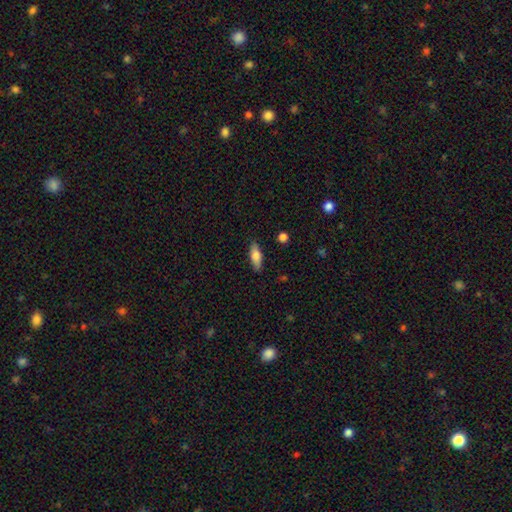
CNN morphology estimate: Q: Smooth or featured?
A: smooth (76%); runner-up: featured or disk (17%)
Q: How rounded?
A: in between (65%); runner-up: cigar-shaped (33%)
Q: Merging?
A: none (86%); runner-up: minor disturbance (10%)